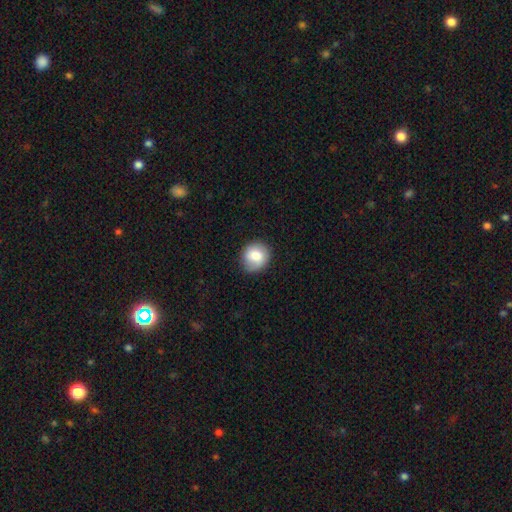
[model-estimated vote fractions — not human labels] smooth 81%, featured or disk 12%, star or artifact 8%. Down the decision tree: how rounded — round (86%); merging — none (82%).